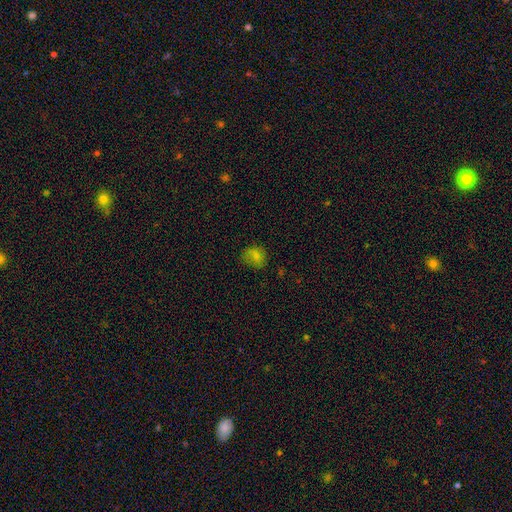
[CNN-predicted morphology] smooth-or-featured: smooth: 72% | star or artifact: 15% | featured or disk: 13%
  how-rounded: round: 64% | in between: 35% | cigar-shaped: 1%
  merging: none: 69% | minor disturbance: 22% | major disturbance: 7% | merger: 2%